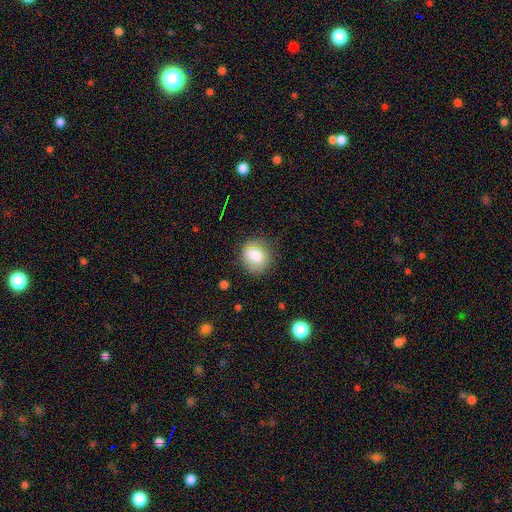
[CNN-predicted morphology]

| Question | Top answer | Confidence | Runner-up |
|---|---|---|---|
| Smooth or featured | smooth | 78% | featured or disk (13%) |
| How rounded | round | 72% | in between (27%) |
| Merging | none | 73% | minor disturbance (19%) |